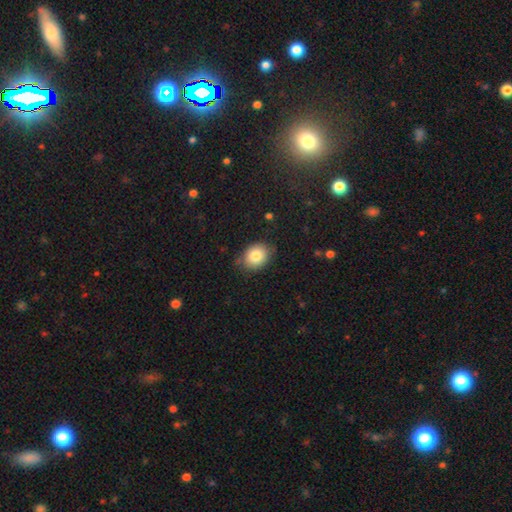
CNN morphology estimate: smooth-or-featured: smooth: 82% | featured or disk: 9% | star or artifact: 9%
  how-rounded: in between: 51% | round: 48% | cigar-shaped: 1%
  merging: none: 79% | minor disturbance: 16% | major disturbance: 3% | merger: 2%